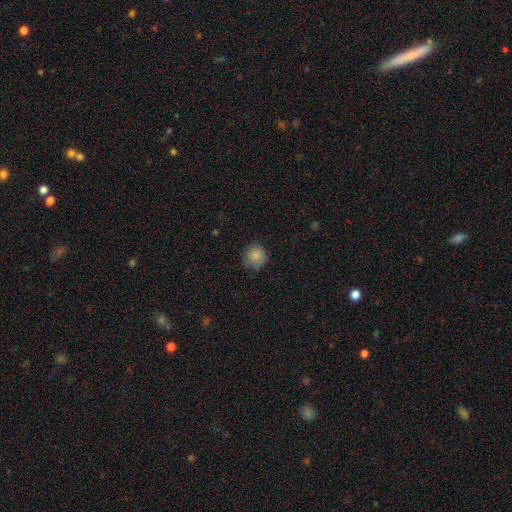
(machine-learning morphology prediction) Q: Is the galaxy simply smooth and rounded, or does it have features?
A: smooth — 84%.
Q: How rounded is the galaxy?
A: round — 91%.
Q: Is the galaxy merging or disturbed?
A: none — 79%.